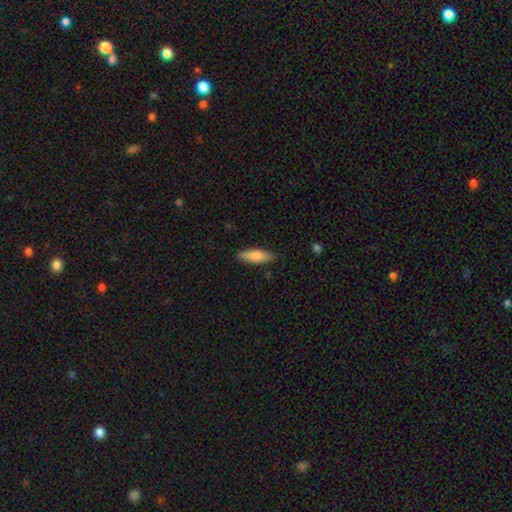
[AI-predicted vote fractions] The model was most divided on "how rounded": cigar-shaped: 51%, in between: 48%, round: 2%. More confident: merging — none (85%); smooth or featured — smooth (78%).